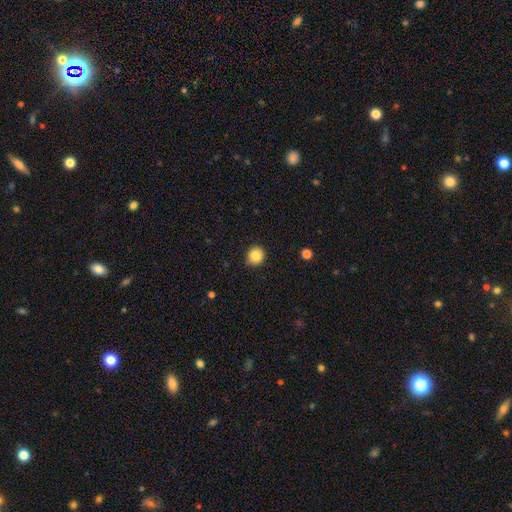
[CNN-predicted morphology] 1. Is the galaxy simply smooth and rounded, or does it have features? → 84% smooth, 10% star or artifact, 6% featured or disk.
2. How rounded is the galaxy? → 85% round, 14% in between, 1% cigar-shaped.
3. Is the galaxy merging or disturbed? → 82% none, 15% minor disturbance, 3% major disturbance, 1% merger.